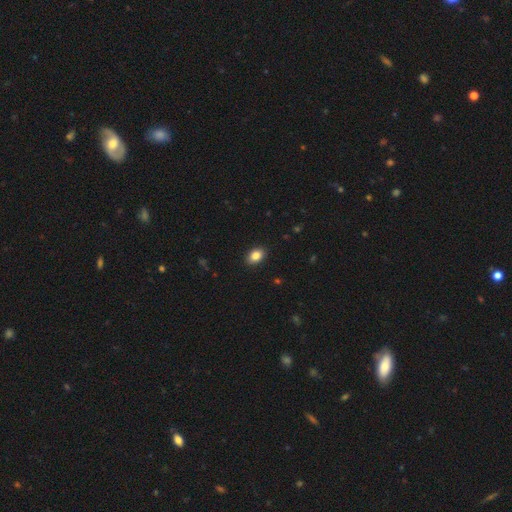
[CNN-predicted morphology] smooth_or_featured: smooth (p=0.85) [alt: star or artifact p=0.09]
how_rounded: in between (p=0.81) [alt: round p=0.18]
merging: none (p=0.90) [alt: minor disturbance p=0.07]